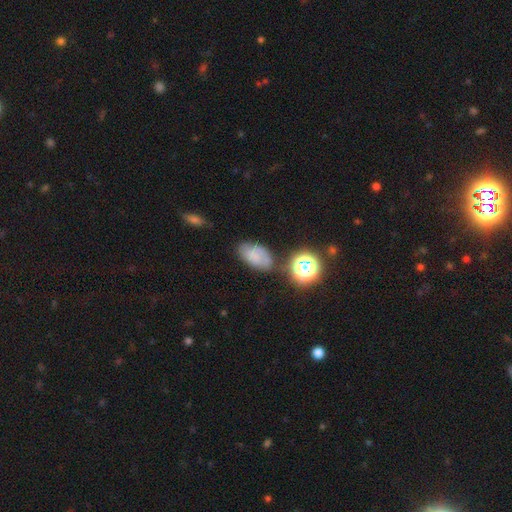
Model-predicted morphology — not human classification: A smooth galaxy with no disk features (53%) that is in between round and cigar-shaped (87%). Merging: none (60%).